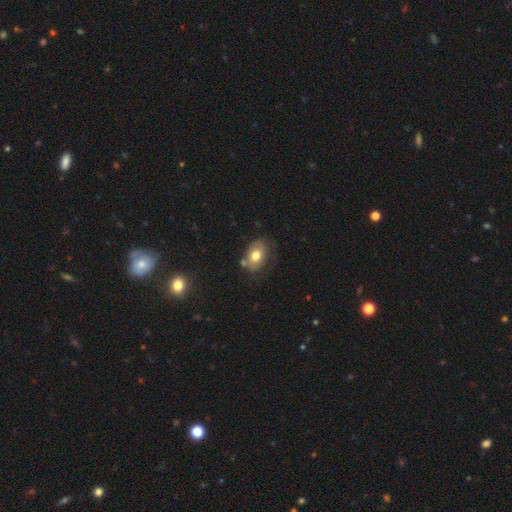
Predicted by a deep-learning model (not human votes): smooth_or_featured: smooth (p=0.70) [alt: featured or disk p=0.21]
how_rounded: in between (p=0.78) [alt: round p=0.21]
merging: none (p=0.64) [alt: minor disturbance p=0.22]